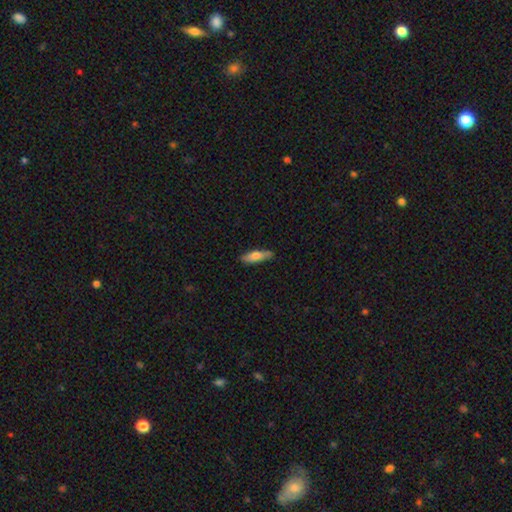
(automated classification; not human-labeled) This is likely a smooth galaxy (73%). How rounded: possibly cigar-shaped (55%). Merging: likely none (77%).